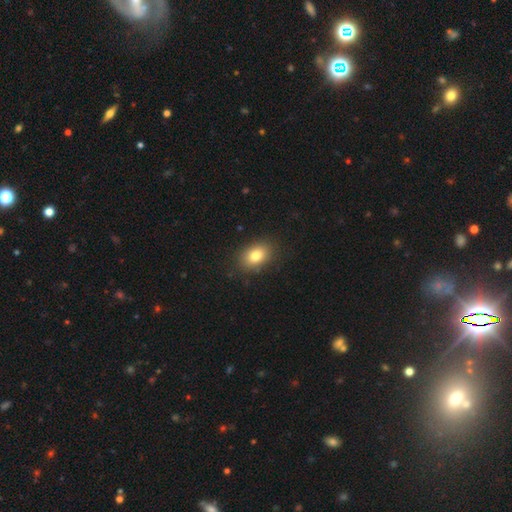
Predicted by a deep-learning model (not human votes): This is clearly a smooth galaxy (81%). How rounded: clearly in between (82%). Merging: clearly none (86%).